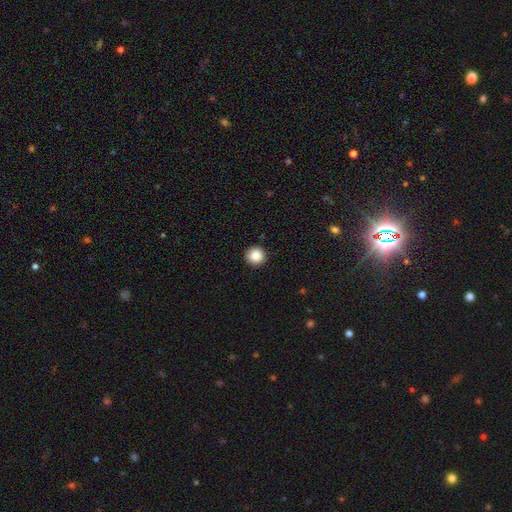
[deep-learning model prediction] Overall: smooth (87%). How rounded: round (96%). Merging: none (93%).